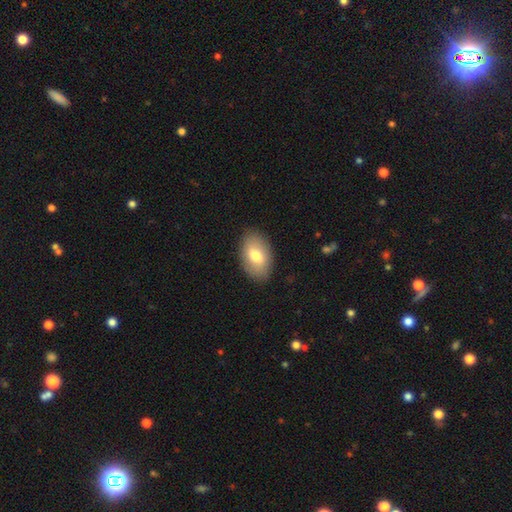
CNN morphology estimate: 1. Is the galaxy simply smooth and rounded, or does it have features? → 73% smooth, 21% featured or disk, 6% star or artifact.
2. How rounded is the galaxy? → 92% in between, 7% round, 1% cigar-shaped.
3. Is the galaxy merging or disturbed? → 86% none, 10% minor disturbance, 3% major disturbance, 1% merger.